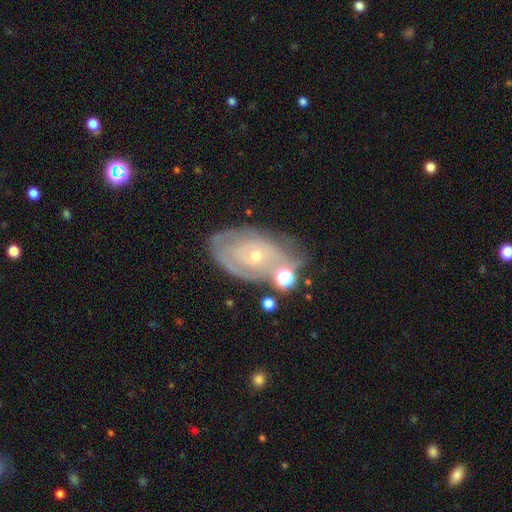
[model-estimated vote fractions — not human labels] Smooth or featured? Predicted: featured or disk (p=0.76). Edge-on disk? Predicted: no (p=0.95). Bar? Predicted: no (p=0.82). Spiral arms? Predicted: yes (p=0.75). Spiral winding? Predicted: tight (p=0.74). Spiral arm count? Predicted: can't tell (p=0.55). Bulge size? Predicted: small (p=0.78). Merging? Predicted: none (p=0.57).